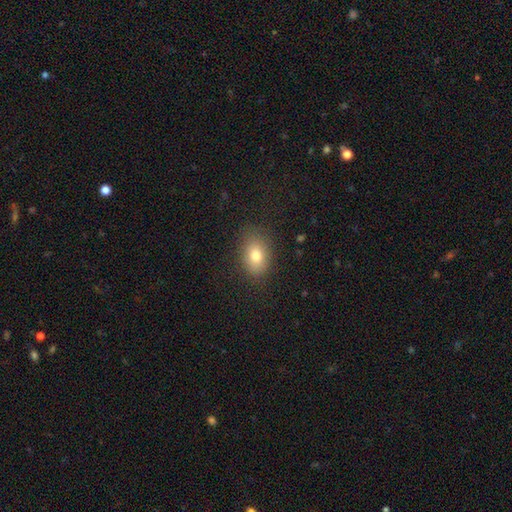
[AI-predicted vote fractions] The model was most divided on "how rounded": in between: 79%, round: 19%, cigar-shaped: 2%. More confident: merging — none (83%); smooth or featured — smooth (78%).